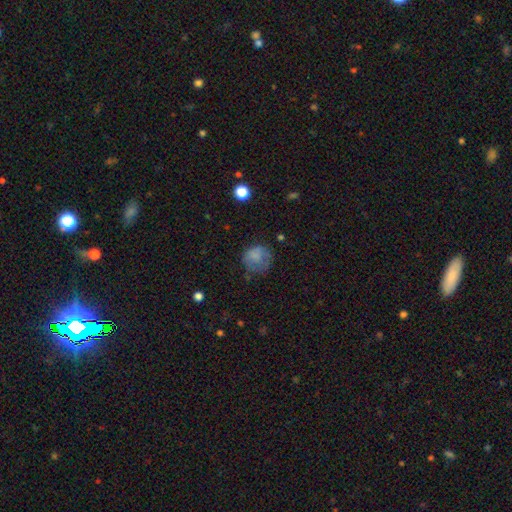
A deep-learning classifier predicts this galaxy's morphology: Smooth or featured? Predicted: smooth (p=0.72). How rounded? Predicted: round (p=0.80). Merging? Predicted: none (p=0.51).